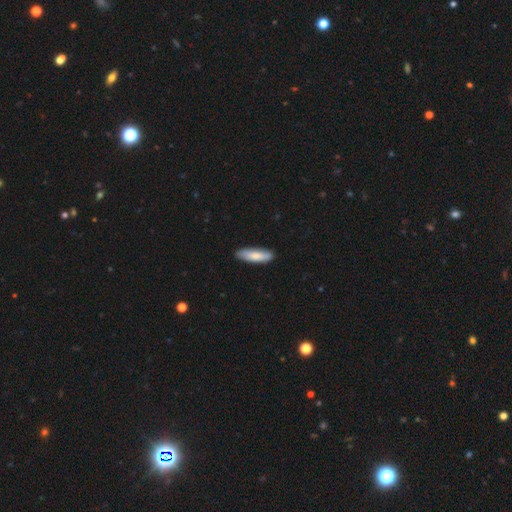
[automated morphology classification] Smooth or featured?
  - smooth: 80% *
  - featured or disk: 15%
  - star or artifact: 5%
How rounded?
  - cigar-shaped: 62% *
  - in between: 36%
  - round: 2%
Merging?
  - none: 88% *
  - minor disturbance: 10%
  - major disturbance: 2%
  - merger: 1%